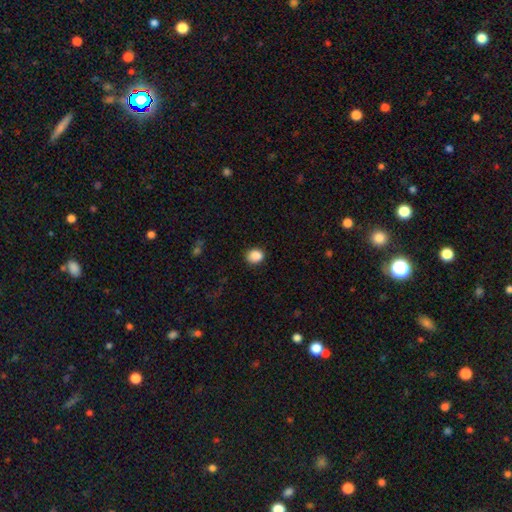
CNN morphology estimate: Q: Smooth or featured?
A: smooth (88%); runner-up: star or artifact (9%)
Q: How rounded?
A: round (63%); runner-up: in between (36%)
Q: Merging?
A: none (85%); runner-up: minor disturbance (12%)